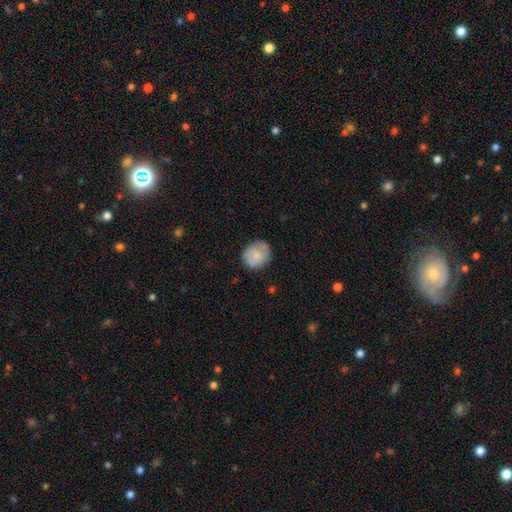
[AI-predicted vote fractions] This appears to be a smooth galaxy with no disk features (75%) that is round (76%). Merging: none (74%).